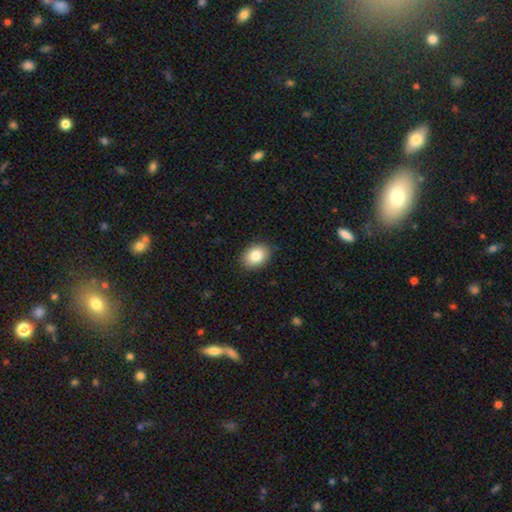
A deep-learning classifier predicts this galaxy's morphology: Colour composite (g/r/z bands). It shows a smooth galaxy with no disk features (84%) that is in between round and cigar-shaped (70%). Merging: none (88%).